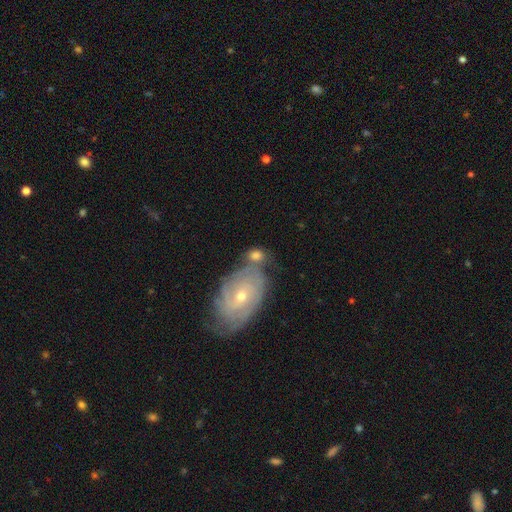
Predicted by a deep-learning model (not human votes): Smooth or featured?
  - smooth: 51% *
  - featured or disk: 39%
  - star or artifact: 9%
How rounded?
  - in between: 60% *
  - round: 38%
  - cigar-shaped: 3%
Merging?
  - none: 46% *
  - merger: 31%
  - minor disturbance: 16%
  - major disturbance: 7%